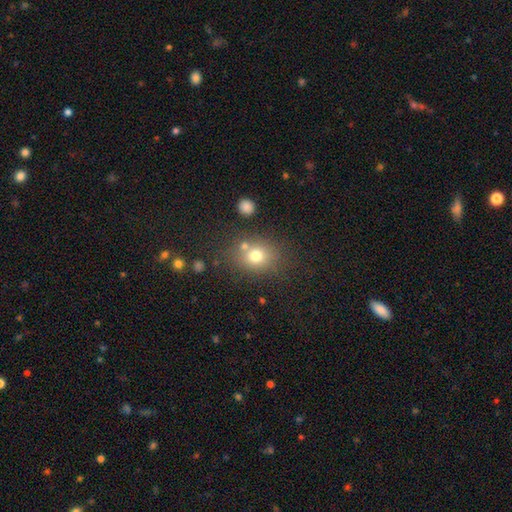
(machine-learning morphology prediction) Smooth or featured? smooth (74%)
How rounded? round (61%)
Merging? none (69%)